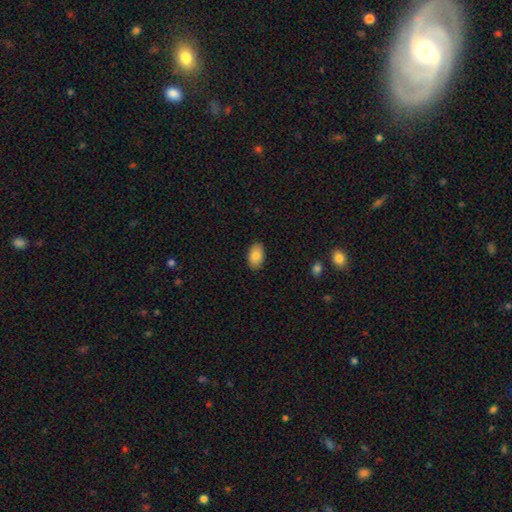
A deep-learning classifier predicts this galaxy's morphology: The model was most divided on "smooth or featured": smooth: 85%, featured or disk: 8%, star or artifact: 7%. More confident: how rounded — in between (92%); merging — none (88%).